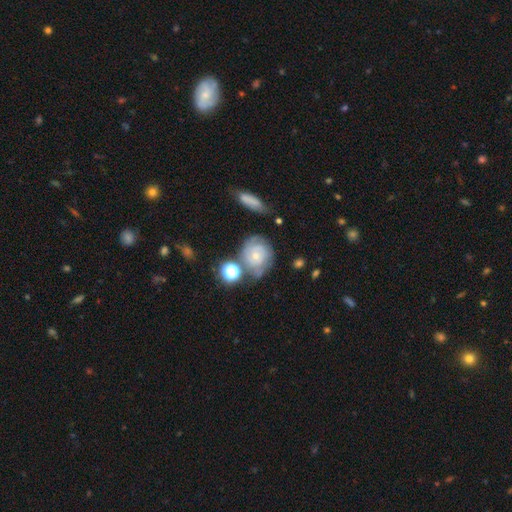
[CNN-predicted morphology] This is likely a featured or disk galaxy (63%). It is clearly not viewed edge-on (97%). Bar: likely no (80%). Spiral arm pattern: clearly yes (86%). Spiral arm count: marginally can't tell (38%). Spiral winding: likely tight (64%). Central bulge: likely small (67%). Merging: possibly none (56%).